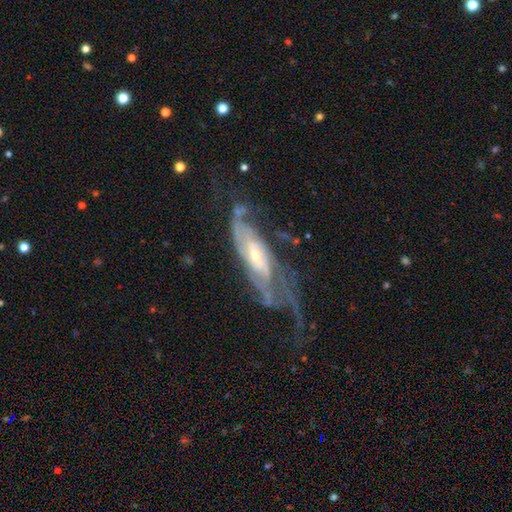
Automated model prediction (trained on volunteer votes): Morphology: type=featured or disk (83%); edge-on=no (85%); bar=no (43%); spiral arms=yes (91%); winding=tight (40%); arm count=can't tell (37%); bulge=small (51%); merging=none (40%).